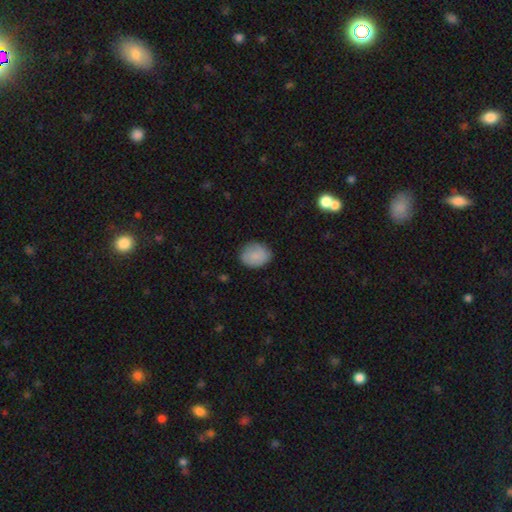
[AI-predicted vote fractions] A smooth galaxy with no disk features (86%) that is in between round and cigar-shaped (50%).

Vote fractions:
- Smooth or featured? smooth: 86% / star or artifact: 7% / featured or disk: 7%
- How rounded? in between: 50% / round: 49% / cigar-shaped: 1%
- Merging? none: 81% / minor disturbance: 15% / major disturbance: 3% / merger: 1%